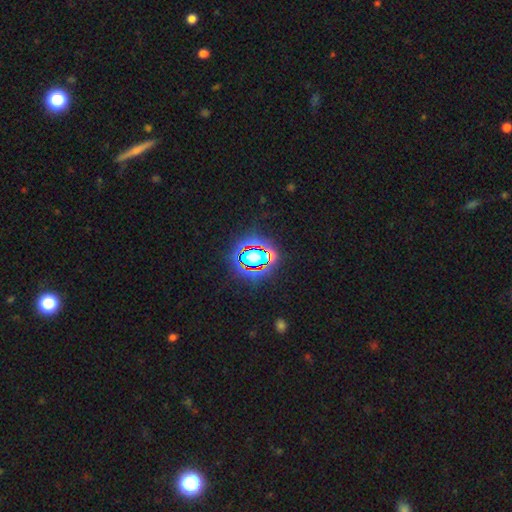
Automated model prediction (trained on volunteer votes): This is likely a star or artifact rather than a galaxy (67%).